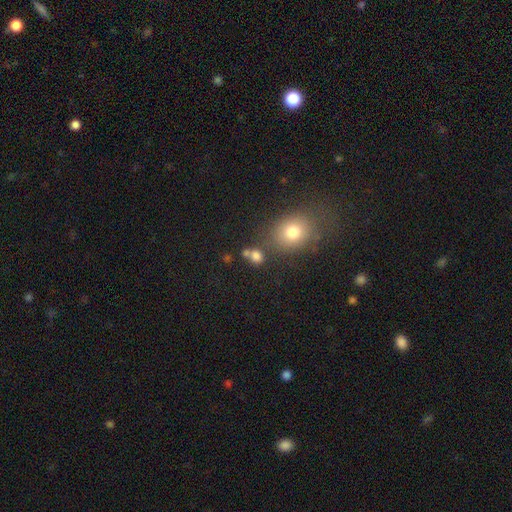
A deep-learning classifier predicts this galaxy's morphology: smooth 78%, star or artifact 15%, featured or disk 7%. Down the decision tree: how rounded — round (64%); merging — none (56%).